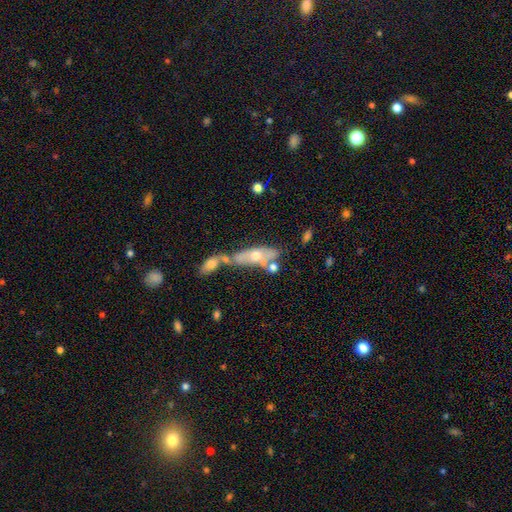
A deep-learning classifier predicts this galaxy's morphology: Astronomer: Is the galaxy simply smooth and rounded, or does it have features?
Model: featured or disk — 50% (runner-up: smooth, 42%).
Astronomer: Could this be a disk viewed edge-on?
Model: no — 59% (runner-up: yes, 41%).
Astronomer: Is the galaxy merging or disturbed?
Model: merger — 41% (runner-up: none, 36%).